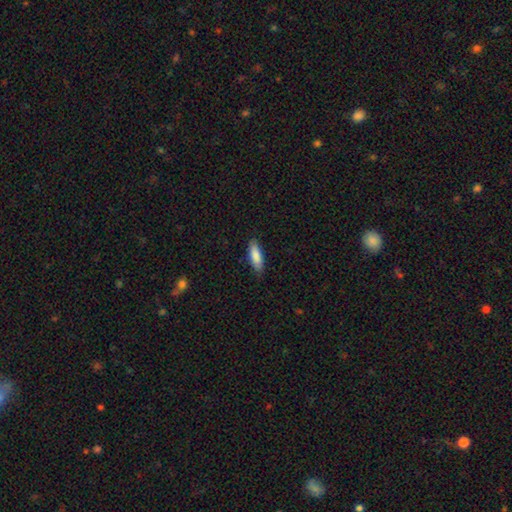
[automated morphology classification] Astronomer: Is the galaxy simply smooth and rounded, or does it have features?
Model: smooth — 85%.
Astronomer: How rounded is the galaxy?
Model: in between — 53% (runner-up: cigar-shaped, 45%).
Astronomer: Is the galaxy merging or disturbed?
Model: none — 85%.